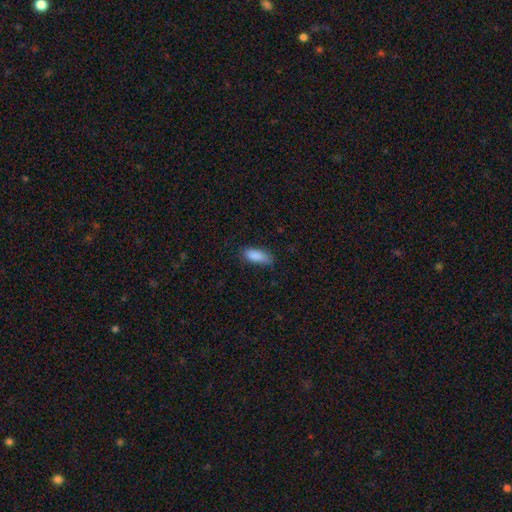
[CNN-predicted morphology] smooth 88%, star or artifact 7%, featured or disk 5%. Down the decision tree: how rounded — in between (78%); merging — none (72%).